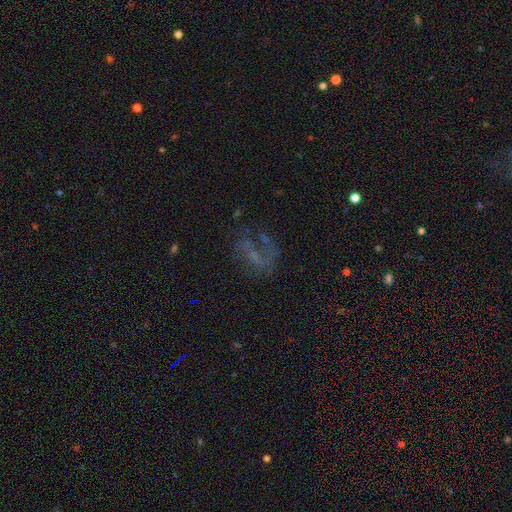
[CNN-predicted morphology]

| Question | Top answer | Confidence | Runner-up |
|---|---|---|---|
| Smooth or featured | featured or disk | 49% | star or artifact (25%) |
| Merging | none | 43% | major disturbance (36%) |